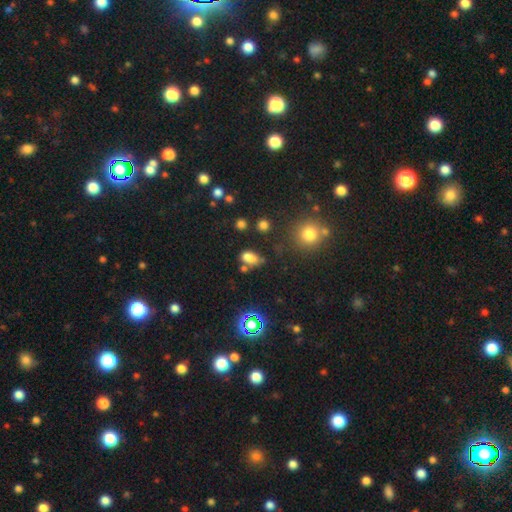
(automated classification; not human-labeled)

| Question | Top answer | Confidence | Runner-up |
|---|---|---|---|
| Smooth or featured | smooth | 70% | star or artifact (21%) |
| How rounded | in between | 80% | round (16%) |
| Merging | none | 56% | minor disturbance (19%) |